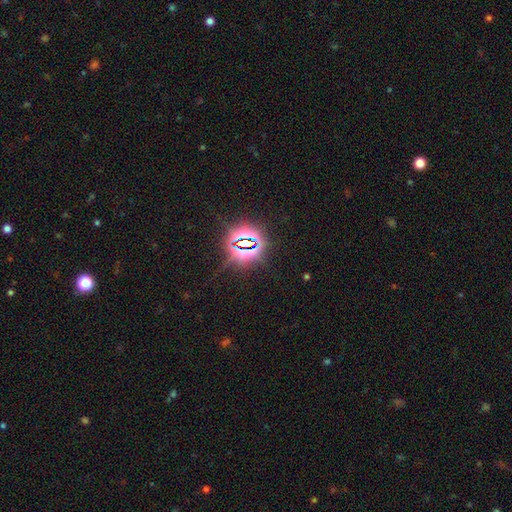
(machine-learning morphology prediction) Smooth or featured? Predicted: star or artifact (p=0.81).